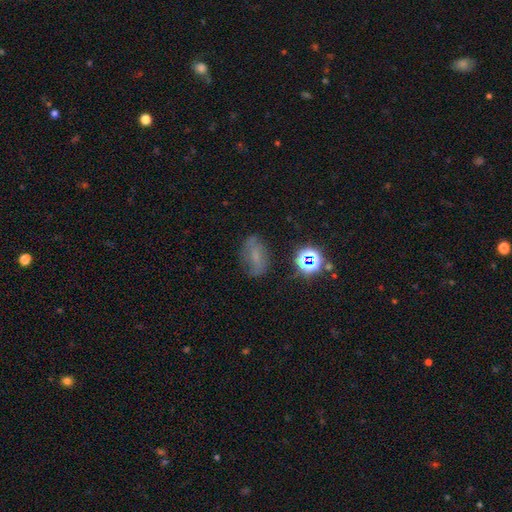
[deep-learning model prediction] Smooth or featured?
  - smooth: 43% *
  - featured or disk: 33%
  - star or artifact: 23%
Merging?
  - none: 65% *
  - minor disturbance: 22%
  - major disturbance: 10%
  - merger: 3%